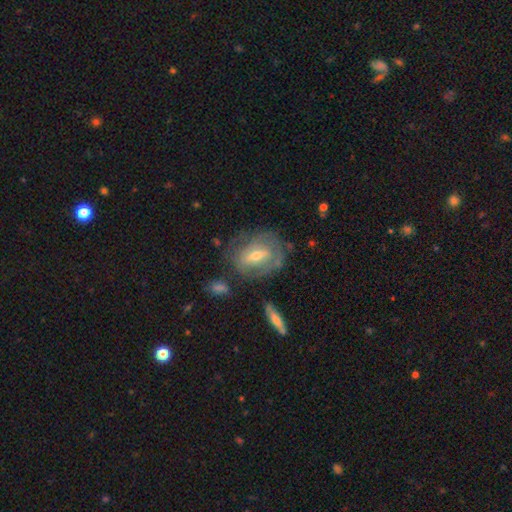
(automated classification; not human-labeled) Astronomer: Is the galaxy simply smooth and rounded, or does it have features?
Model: featured or disk — 66%.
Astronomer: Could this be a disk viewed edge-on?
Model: no — 90%.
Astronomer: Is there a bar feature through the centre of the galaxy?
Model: weak — 46% (runner-up: no, 31%).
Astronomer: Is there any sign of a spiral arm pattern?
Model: yes — 63%.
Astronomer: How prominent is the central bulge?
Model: moderate — 52% (runner-up: small, 42%).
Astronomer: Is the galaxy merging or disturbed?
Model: none — 67%.